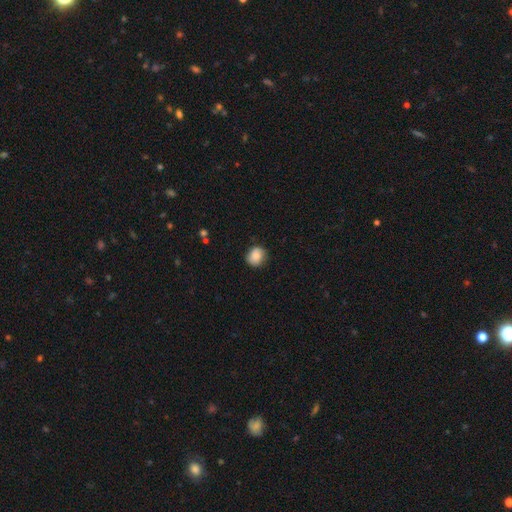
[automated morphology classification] smooth 84%, star or artifact 8%, featured or disk 8%. Down the decision tree: how rounded — round (76%); merging — none (81%).